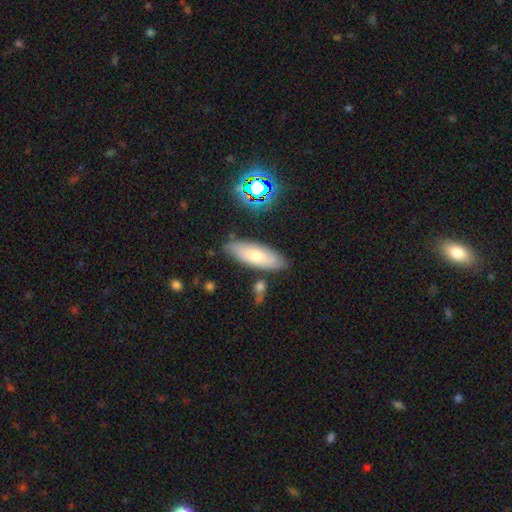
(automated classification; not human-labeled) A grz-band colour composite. It shows a smooth galaxy with no disk features (66%) that is in between round and cigar-shaped (67%). Merging: none (79%).